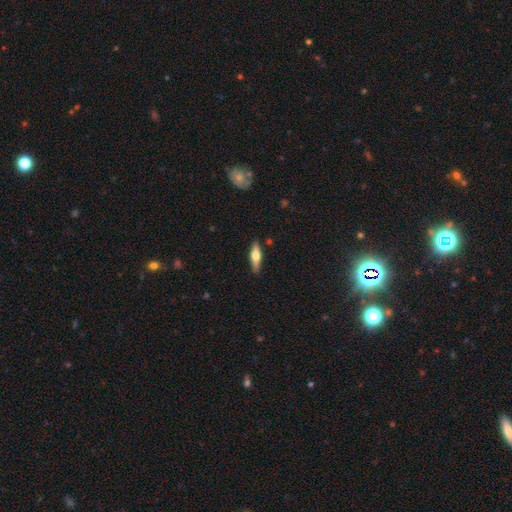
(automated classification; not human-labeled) smooth-or-featured: featured or disk: 48% | smooth: 46% | star or artifact: 6%
  merging: none: 88% | minor disturbance: 9% | major disturbance: 2% | merger: 1%